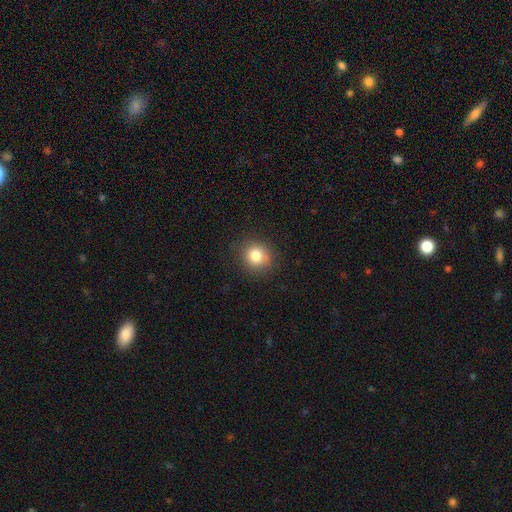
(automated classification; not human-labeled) Smooth or featured: smooth — 82% (star or artifact — 11%)
How rounded: round — 85% (in between — 14%)
Merging: none — 86% (minor disturbance — 10%)